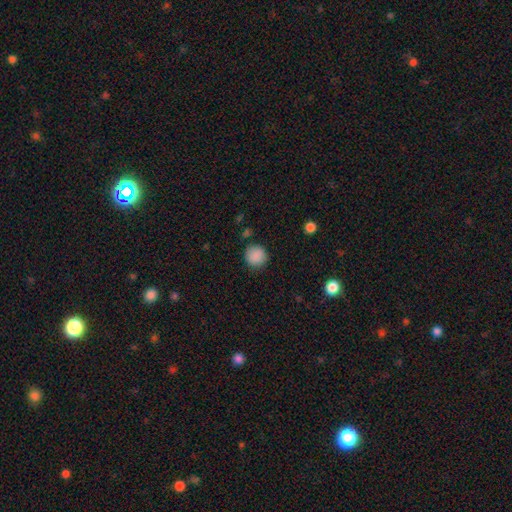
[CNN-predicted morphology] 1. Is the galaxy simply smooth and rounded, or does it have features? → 88% smooth, 9% star or artifact, 3% featured or disk.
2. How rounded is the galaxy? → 93% round, 6% in between, 1% cigar-shaped.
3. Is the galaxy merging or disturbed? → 86% none, 9% minor disturbance, 3% major disturbance, 2% merger.